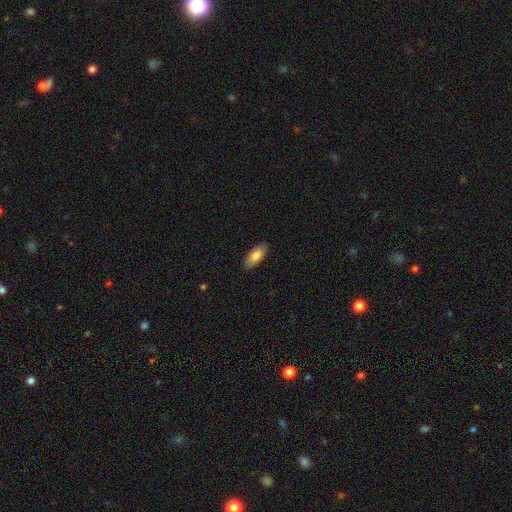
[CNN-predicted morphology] Smooth or featured?
  - smooth: 79% *
  - featured or disk: 15%
  - star or artifact: 6%
How rounded?
  - in between: 81% *
  - cigar-shaped: 17%
  - round: 2%
Merging?
  - none: 88% *
  - minor disturbance: 9%
  - major disturbance: 2%
  - merger: 1%